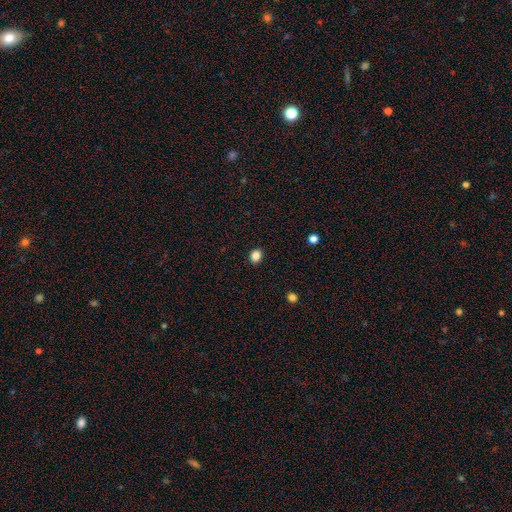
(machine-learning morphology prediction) smooth_or_featured: smooth (p=0.86) [alt: star or artifact p=0.11]
how_rounded: round (p=0.54) [alt: in between p=0.45]
merging: none (p=0.90) [alt: minor disturbance p=0.07]